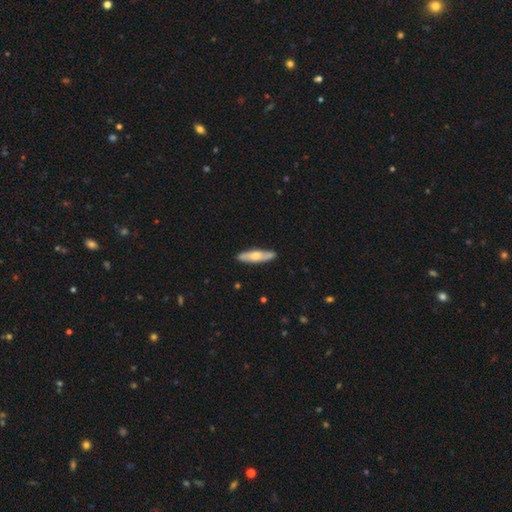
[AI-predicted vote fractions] smooth 52%, featured or disk 43%, star or artifact 5%. Down the decision tree: how rounded — cigar-shaped (69%); merging — none (87%).